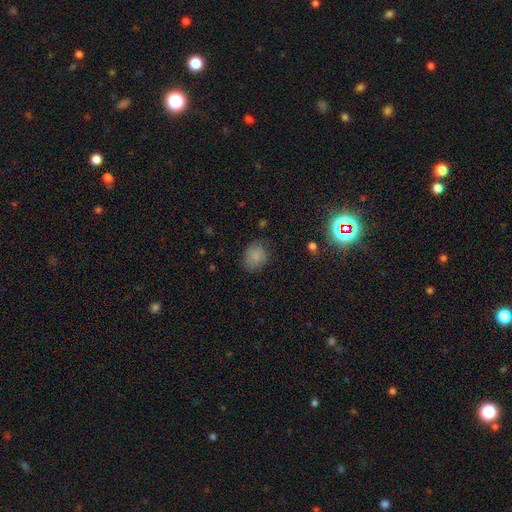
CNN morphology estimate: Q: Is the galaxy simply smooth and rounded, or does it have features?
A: smooth — 80%.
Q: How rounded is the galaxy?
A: round — 61%.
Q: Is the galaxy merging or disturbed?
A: none — 71%.